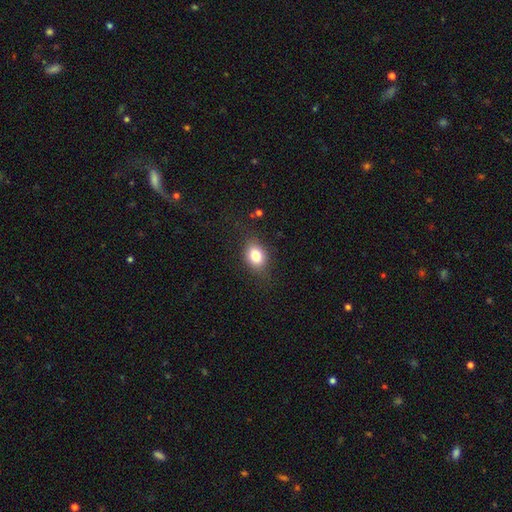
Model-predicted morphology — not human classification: Q: Smooth or featured?
A: smooth (81%); runner-up: star or artifact (10%)
Q: How rounded?
A: in between (67%); runner-up: round (31%)
Q: Merging?
A: none (80%); runner-up: minor disturbance (14%)